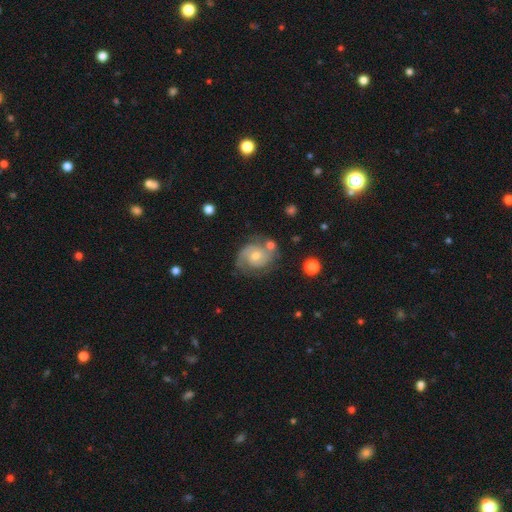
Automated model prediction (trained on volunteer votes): A featured or disk galaxy (76%) with no bar (64%), 2 (75%) tight (44%) spiral arms (93%) and a moderate central bulge (55%). Merging: none (70%).